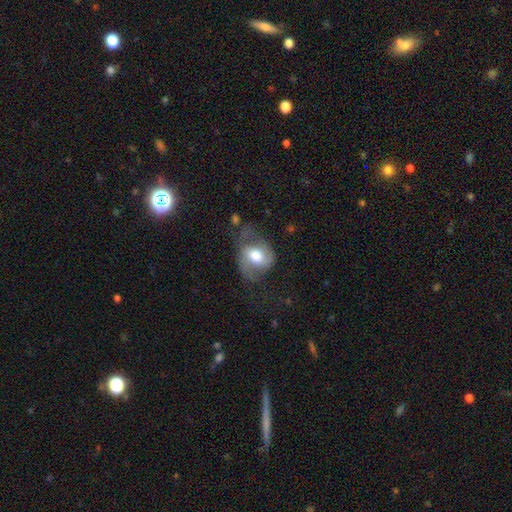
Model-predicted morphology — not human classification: Smooth or featured: featured or disk — 50% (smooth — 43%)
Edge-on disk: no — 96% (yes — 4%)
Merging: none — 35% (major disturbance — 33%)